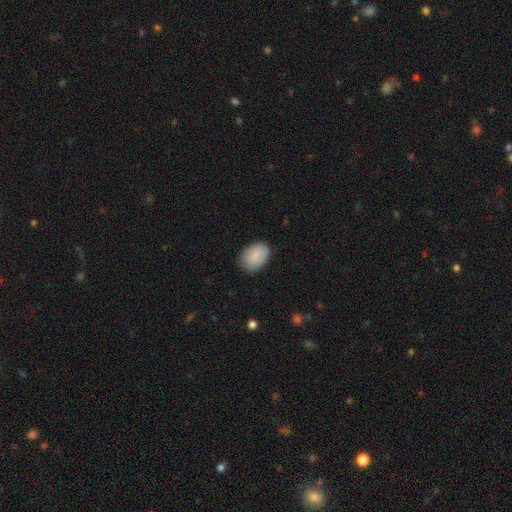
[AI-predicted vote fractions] This is clearly a smooth galaxy (85%). How rounded: clearly in between (83%). Merging: clearly none (81%).